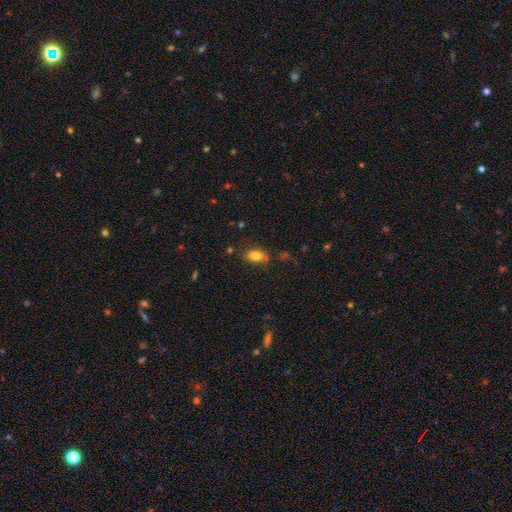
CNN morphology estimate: smooth 80%, featured or disk 10%, star or artifact 9%. Down the decision tree: how rounded — in between (87%); merging — none (74%).